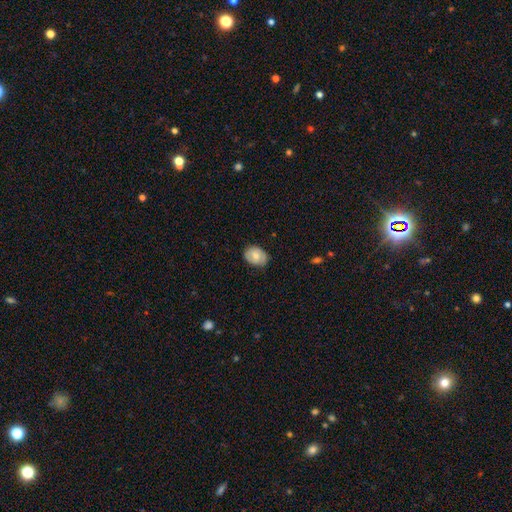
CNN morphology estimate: type=smooth (65%); roundness=in between (66%); merging=none (79%).